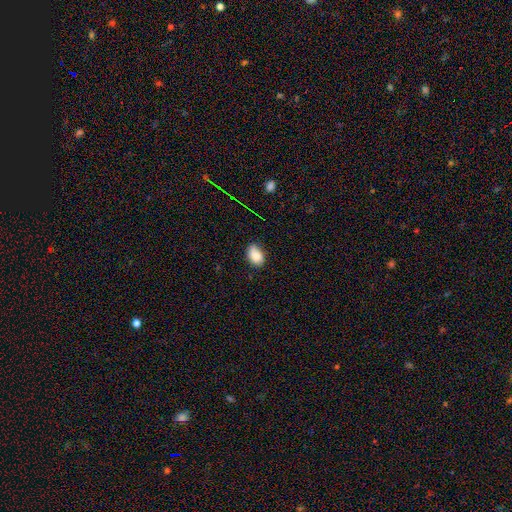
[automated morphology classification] Smooth or featured?
  - smooth: 84% *
  - star or artifact: 9%
  - featured or disk: 7%
How rounded?
  - in between: 80% *
  - round: 18%
  - cigar-shaped: 1%
Merging?
  - none: 67% *
  - minor disturbance: 27%
  - major disturbance: 5%
  - merger: 2%